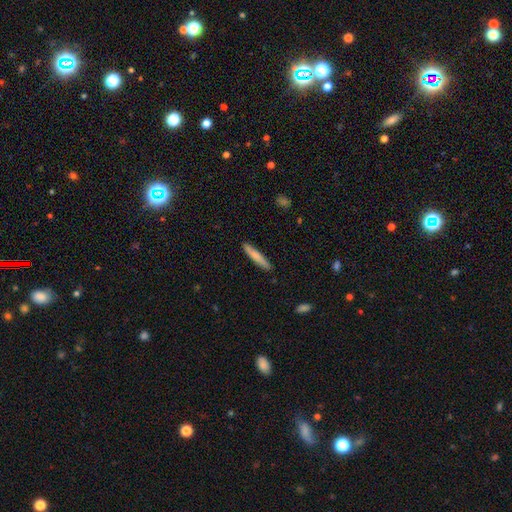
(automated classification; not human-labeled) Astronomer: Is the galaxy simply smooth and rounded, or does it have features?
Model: smooth — 77%.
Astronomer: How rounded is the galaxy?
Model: cigar-shaped — 93%.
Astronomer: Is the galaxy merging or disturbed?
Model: none — 89%.